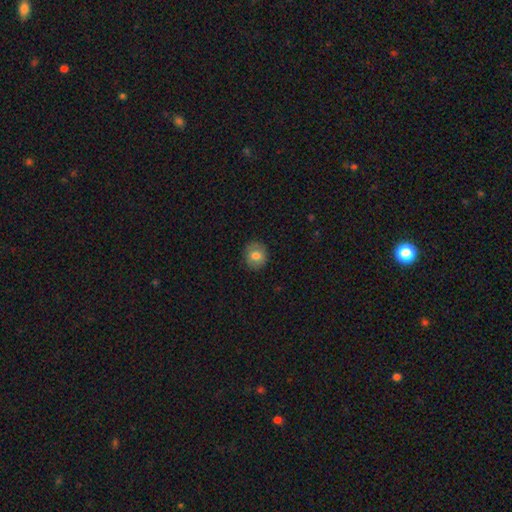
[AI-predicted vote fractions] A smooth galaxy with no disk features (78%) that is round (81%).

Vote fractions:
- Smooth or featured? smooth: 78% / featured or disk: 13% / star or artifact: 9%
- How rounded? round: 81% / in between: 18% / cigar-shaped: 1%
- Merging? none: 88% / minor disturbance: 9% / major disturbance: 2% / merger: 1%